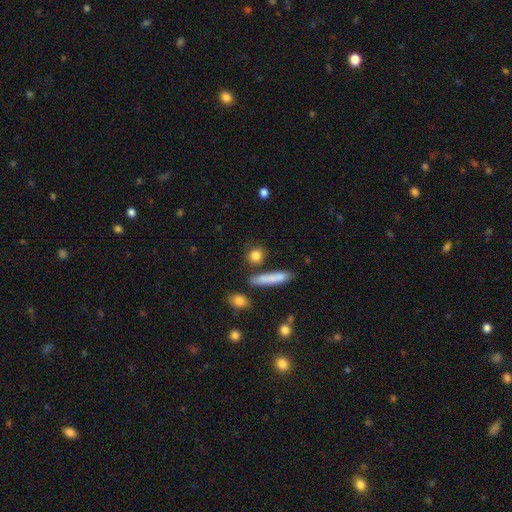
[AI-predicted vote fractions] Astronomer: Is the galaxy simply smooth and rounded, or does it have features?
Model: smooth — 83%.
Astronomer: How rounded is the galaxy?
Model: round — 65%.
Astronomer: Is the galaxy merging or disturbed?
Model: none — 77%.